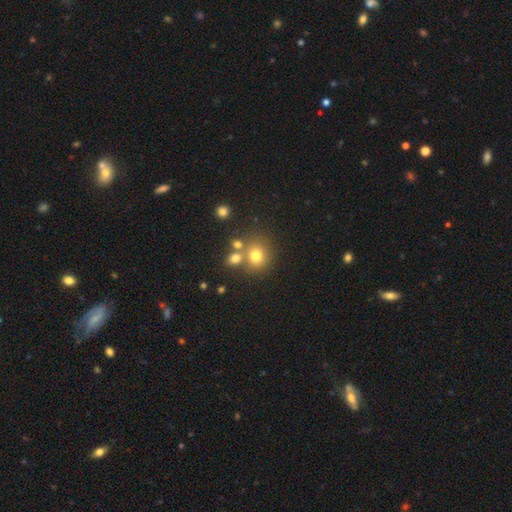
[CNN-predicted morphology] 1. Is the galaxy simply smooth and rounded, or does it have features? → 73% smooth, 16% star or artifact, 11% featured or disk.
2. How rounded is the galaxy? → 77% round, 22% in between, 1% cigar-shaped.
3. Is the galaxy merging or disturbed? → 61% none, 24% merger, 10% minor disturbance, 4% major disturbance.